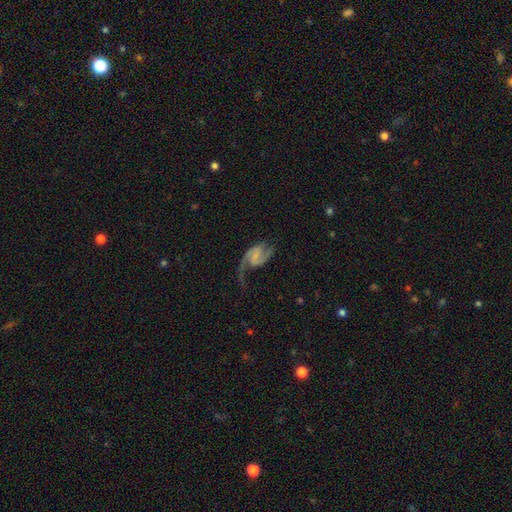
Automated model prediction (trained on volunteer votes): Morphology: type=featured or disk (86%); edge-on=no (98%); bar=weak (45%); spiral arms=yes (96%); winding=loose (54%); arm count=2 (86%); bulge=none (42%, tied with small); merging=none (56%).